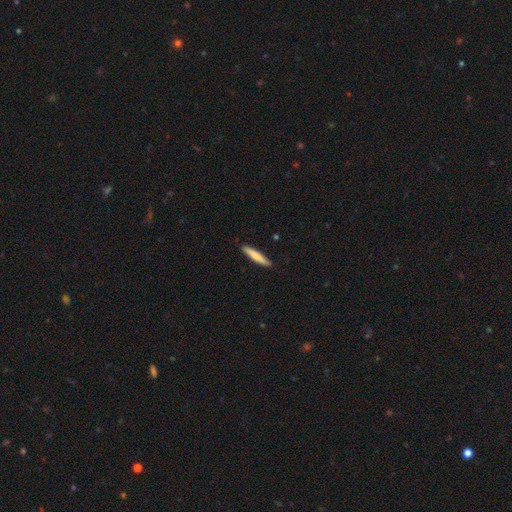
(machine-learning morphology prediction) smooth_or_featured: smooth (p=0.76) [alt: featured or disk p=0.19]
how_rounded: cigar-shaped (p=0.91) [alt: in between p=0.07]
merging: none (p=0.90) [alt: minor disturbance p=0.08]